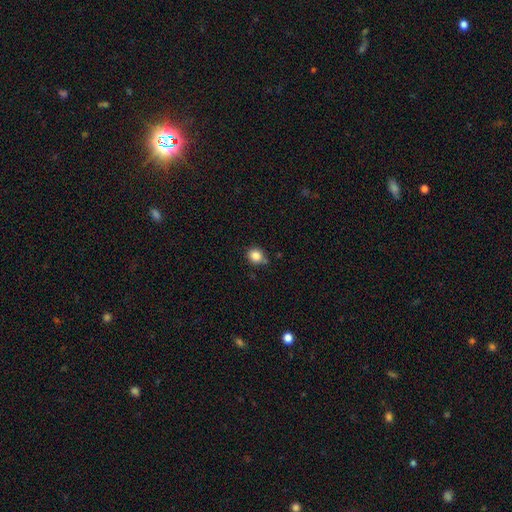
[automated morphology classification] smooth 85%, star or artifact 10%, featured or disk 5%. Down the decision tree: how rounded — round (82%); merging — none (74%).